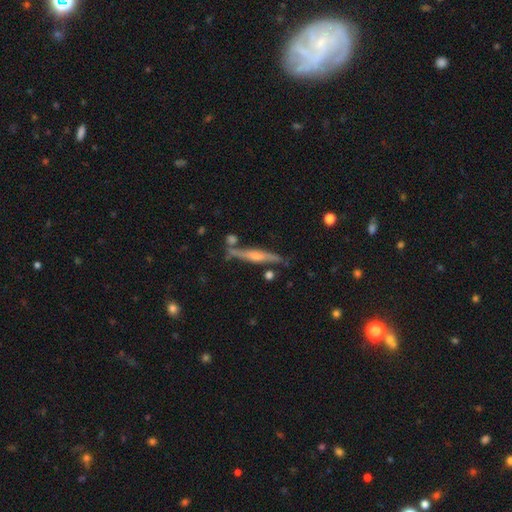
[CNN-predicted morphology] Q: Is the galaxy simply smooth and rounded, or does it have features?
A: featured or disk — 75%.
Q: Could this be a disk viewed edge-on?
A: yes — 96%.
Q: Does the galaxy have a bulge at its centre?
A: rounded — 84%.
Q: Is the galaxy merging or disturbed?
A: none — 79%.